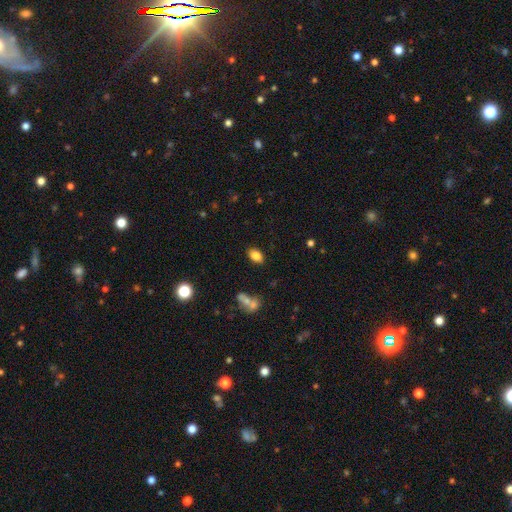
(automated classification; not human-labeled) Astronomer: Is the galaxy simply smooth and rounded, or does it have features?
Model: smooth — 84%.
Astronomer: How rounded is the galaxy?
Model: in between — 87%.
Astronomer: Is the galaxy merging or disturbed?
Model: none — 85%.